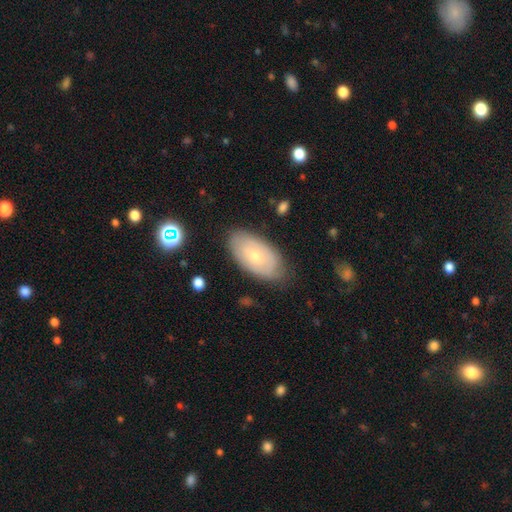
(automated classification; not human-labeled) Morphology: type=smooth (50%); roundness=in between (94%); merging=none (78%).